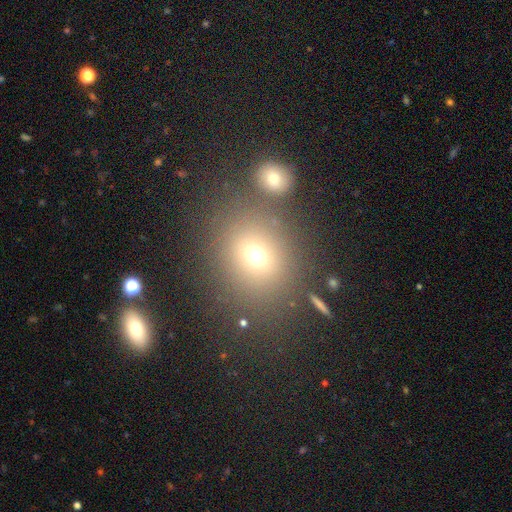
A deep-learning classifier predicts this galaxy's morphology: A smooth galaxy with no disk features (69%) that is round (74%).

Vote fractions:
- Smooth or featured? smooth: 69% / star or artifact: 20% / featured or disk: 11%
- How rounded? round: 74% / in between: 25% / cigar-shaped: 1%
- Merging? none: 75% / merger: 10% / minor disturbance: 10% / major disturbance: 6%